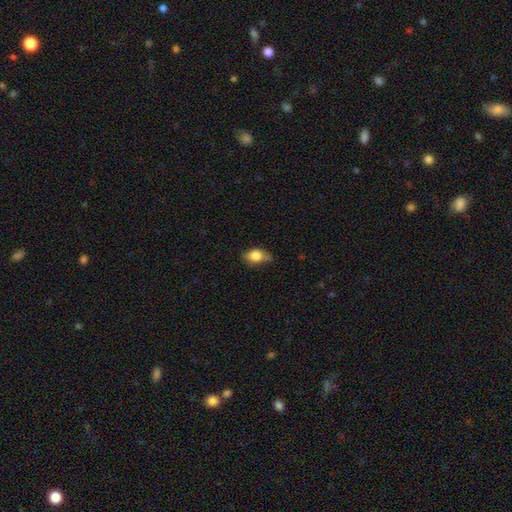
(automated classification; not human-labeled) A smooth galaxy with no disk features (79%) that is in between round and cigar-shaped (80%). Merging: none (58%).